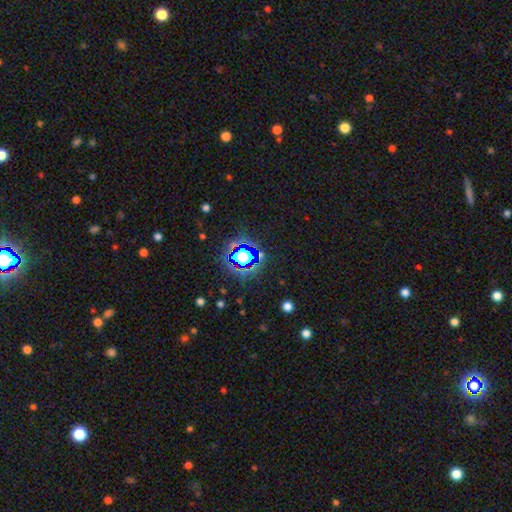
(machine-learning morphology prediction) Overall: star or artifact (75%).